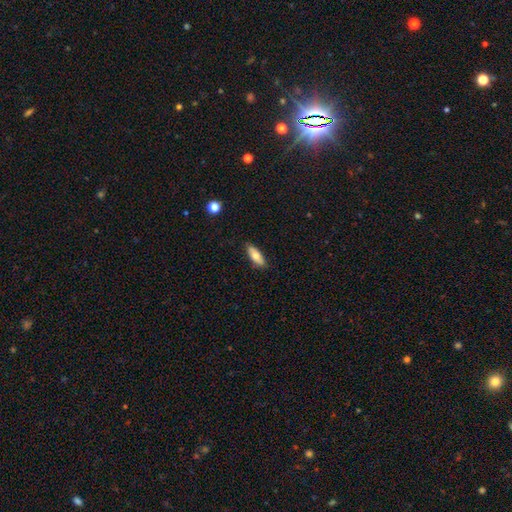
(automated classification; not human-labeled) Overall: smooth (72%). How rounded: in between (66%; cigar-shaped 31%). Merging: none (86%).